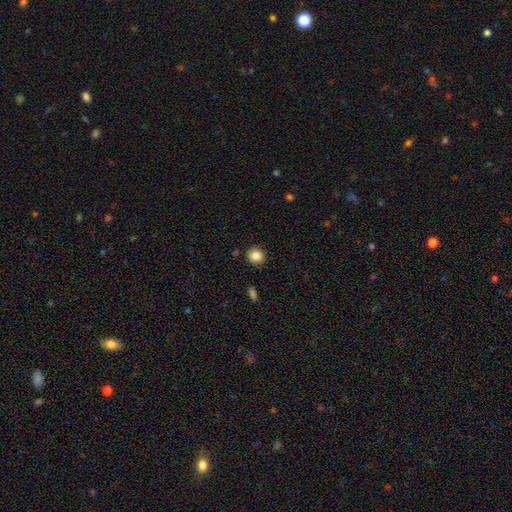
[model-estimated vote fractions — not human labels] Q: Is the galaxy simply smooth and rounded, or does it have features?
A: smooth — 85%.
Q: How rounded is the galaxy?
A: round — 87%.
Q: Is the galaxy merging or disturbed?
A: none — 90%.